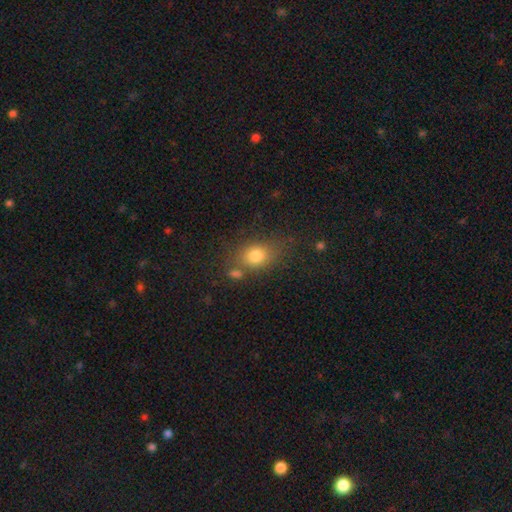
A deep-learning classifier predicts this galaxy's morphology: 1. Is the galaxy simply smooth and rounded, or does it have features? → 79% smooth, 11% star or artifact, 10% featured or disk.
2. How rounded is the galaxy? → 59% in between, 39% round, 2% cigar-shaped.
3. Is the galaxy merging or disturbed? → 62% none, 18% minor disturbance, 12% merger, 7% major disturbance.